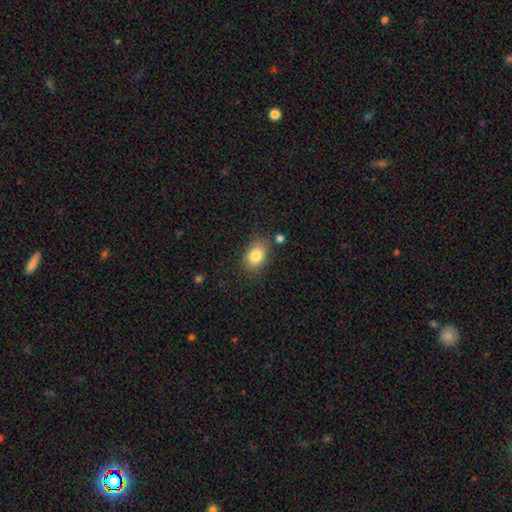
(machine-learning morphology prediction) Overall: smooth (82%). How rounded: in between (70%). Merging: none (77%).